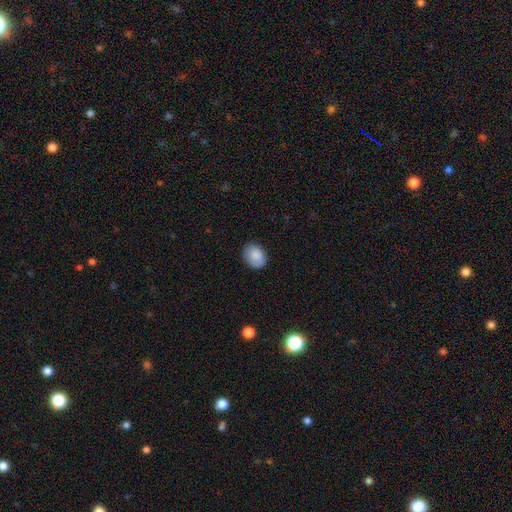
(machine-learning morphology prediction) The model was most divided on "how rounded": in between: 63%, round: 36%, cigar-shaped: 1%. More confident: smooth or featured — smooth (87%); merging — none (81%).